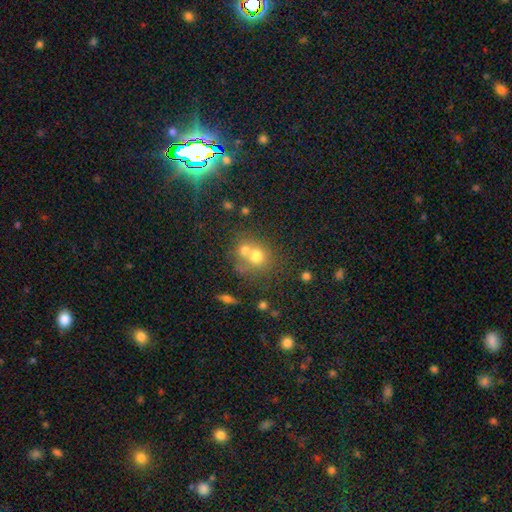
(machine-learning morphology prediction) A smooth galaxy with no disk features (68%) that is round (79%). Merging: merger (52%).